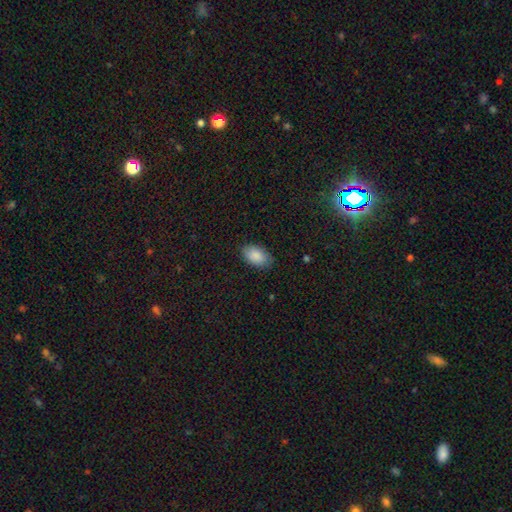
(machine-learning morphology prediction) smooth_or_featured: smooth (p=0.88) [alt: star or artifact p=0.07]
how_rounded: in between (p=0.94) [alt: round p=0.05]
merging: none (p=0.84) [alt: minor disturbance p=0.13]